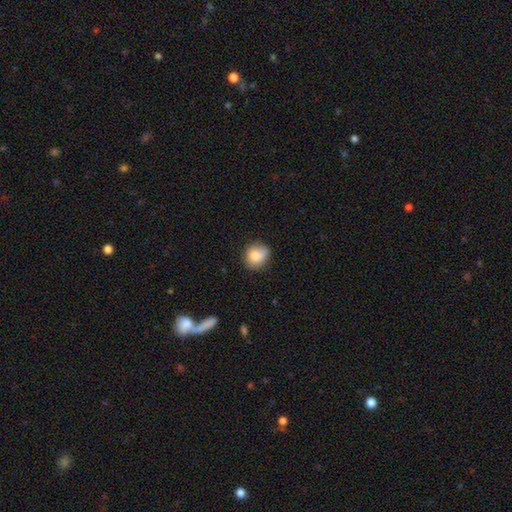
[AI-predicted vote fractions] The model was most divided on "how rounded": round: 74%, in between: 25%, cigar-shaped: 1%. More confident: smooth or featured — smooth (82%); merging — none (73%).